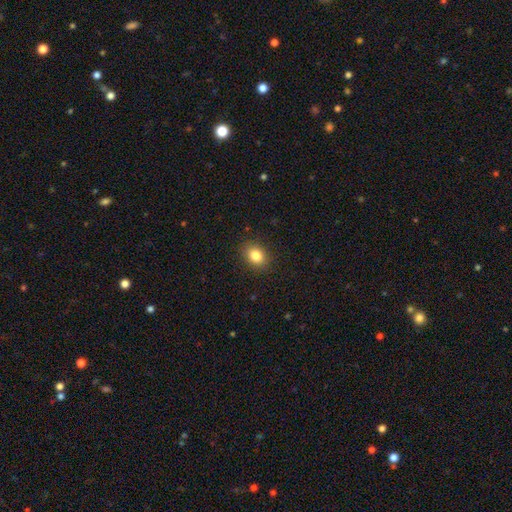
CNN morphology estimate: smooth 84%, star or artifact 10%, featured or disk 6%. Down the decision tree: how rounded — in between (53%); merging — none (89%).